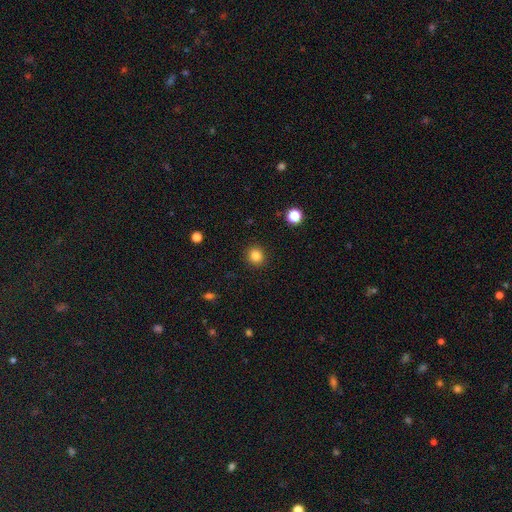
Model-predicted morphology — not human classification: Smooth or featured: smooth — 84% (star or artifact — 12%)
How rounded: round — 90% (in between — 9%)
Merging: none — 92% (minor disturbance — 5%)